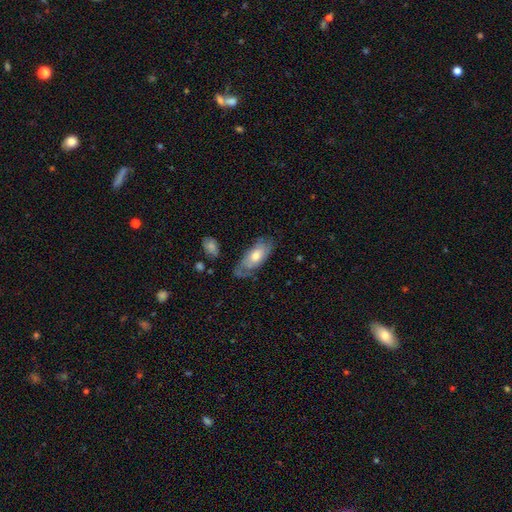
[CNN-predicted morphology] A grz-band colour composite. It shows a featured or disk galaxy (47%). Merging: none (60%).